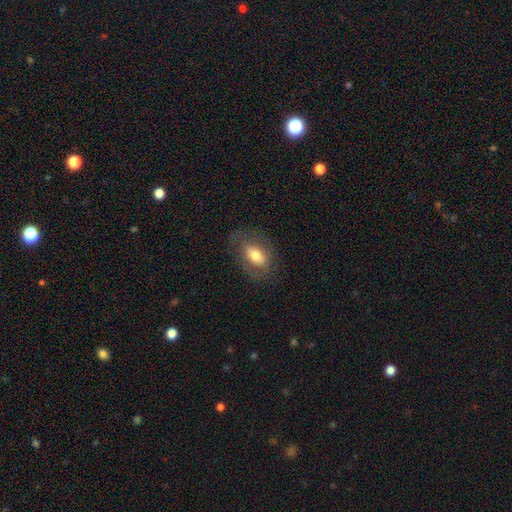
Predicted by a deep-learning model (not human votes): Smooth or featured? smooth (66%)
How rounded? in between (87%)
Merging? none (74%)